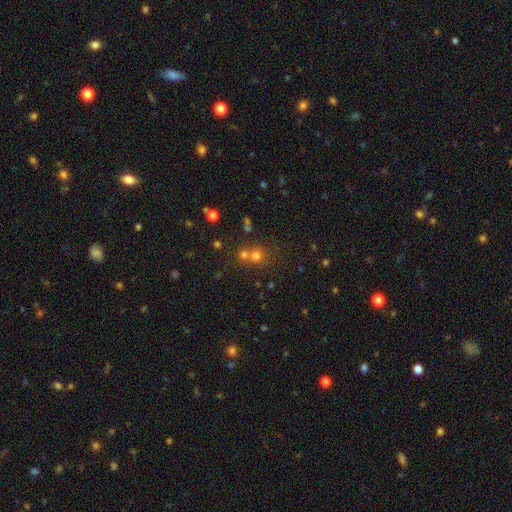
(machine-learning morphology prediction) This is likely a smooth galaxy (64%). How rounded: clearly round (86%). Merging: possibly none (51%).